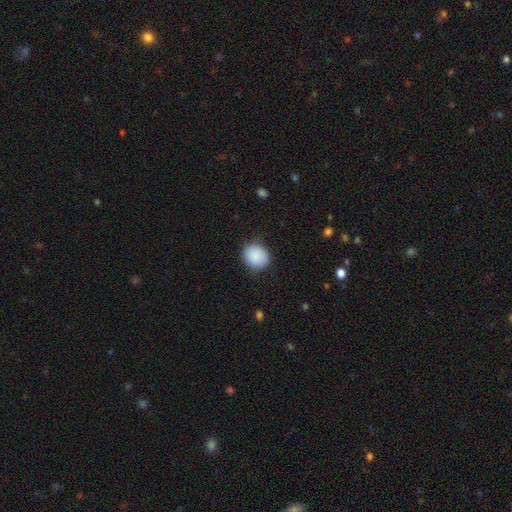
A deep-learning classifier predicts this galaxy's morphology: This is clearly a smooth galaxy (89%). How rounded: likely round (77%). Merging: clearly none (85%).